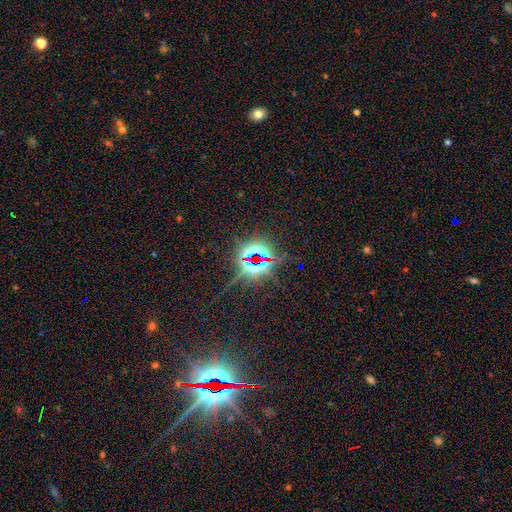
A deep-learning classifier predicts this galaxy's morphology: type=star or artifact (82%).